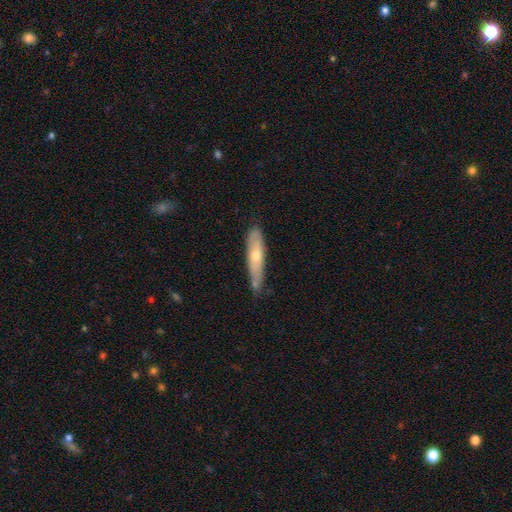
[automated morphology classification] The model was most divided on "smooth or featured": smooth: 51%, featured or disk: 42%, star or artifact: 6%. More confident: how rounded — cigar-shaped (78%); merging — none (65%).